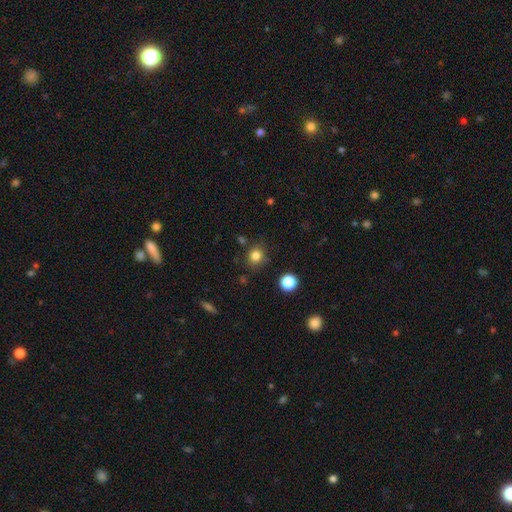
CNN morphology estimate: smooth_or_featured: smooth (p=0.82) [alt: star or artifact p=0.13]
how_rounded: round (p=0.82) [alt: in between p=0.17]
merging: none (p=0.80) [alt: minor disturbance p=0.13]